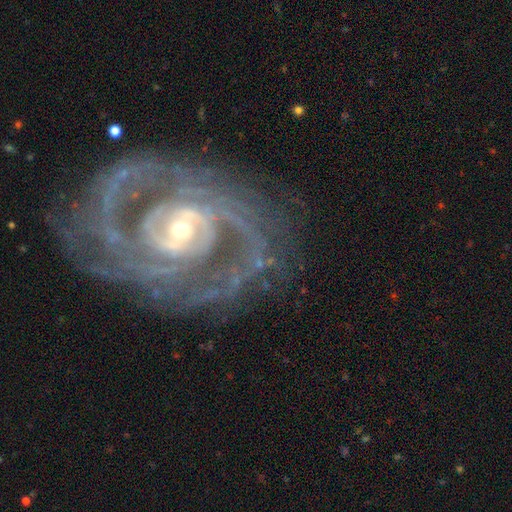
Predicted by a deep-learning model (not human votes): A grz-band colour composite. It shows a featured or disk galaxy (91%) with no bar (45%), 2 (61%) tight (50%) spiral arms (98%) and a small central bulge (52%). Merging: none (71%).